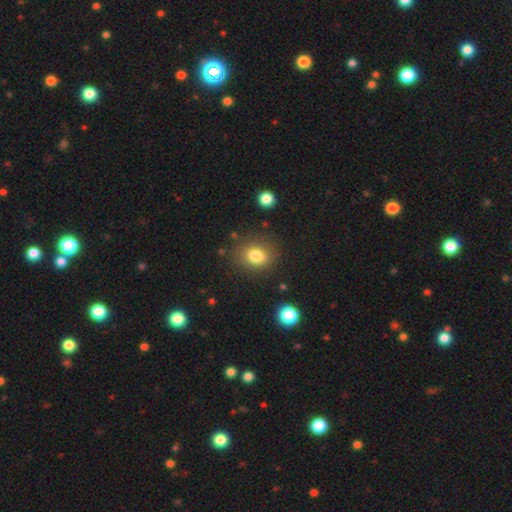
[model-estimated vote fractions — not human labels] Q: Smooth or featured?
A: smooth (80%); runner-up: star or artifact (11%)
Q: How rounded?
A: round (64%); runner-up: in between (35%)
Q: Merging?
A: none (82%); runner-up: minor disturbance (11%)